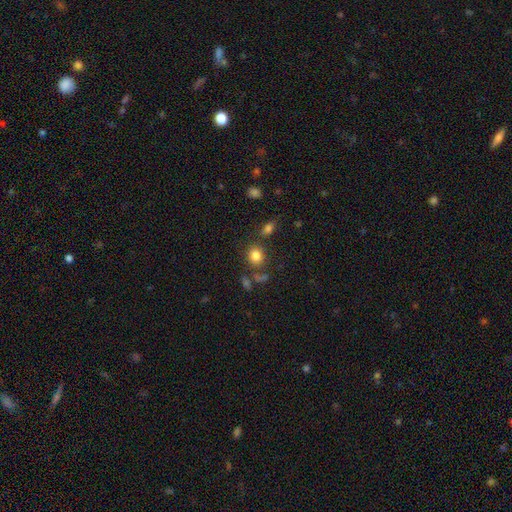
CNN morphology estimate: type=smooth (82%); roundness=round (70%); merging=none (73%).